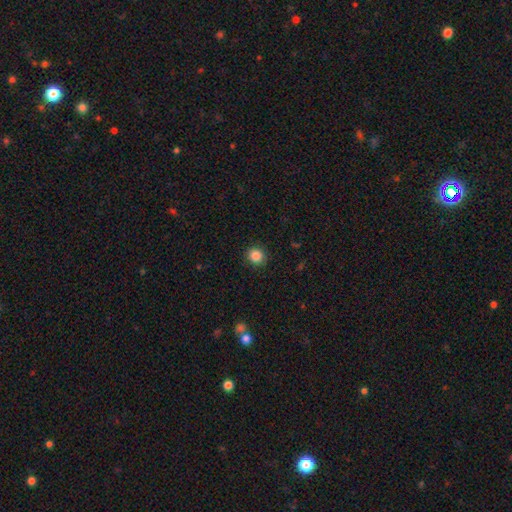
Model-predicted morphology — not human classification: Q: Smooth or featured?
A: smooth (86%); runner-up: star or artifact (10%)
Q: How rounded?
A: round (90%); runner-up: in between (9%)
Q: Merging?
A: none (91%); runner-up: minor disturbance (6%)